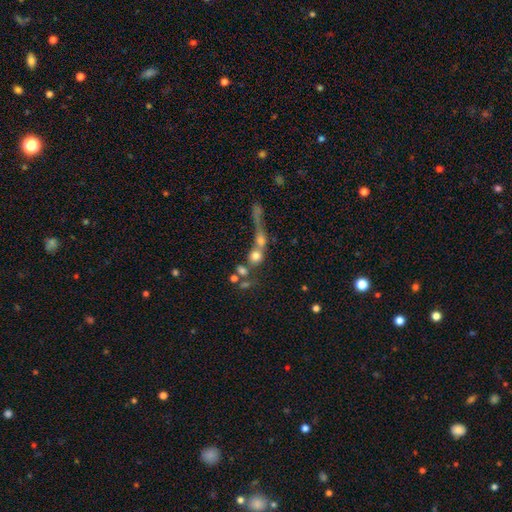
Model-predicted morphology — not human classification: This is likely a smooth galaxy (63%). How rounded: likely round (74%). Merging: possibly merger (54%).